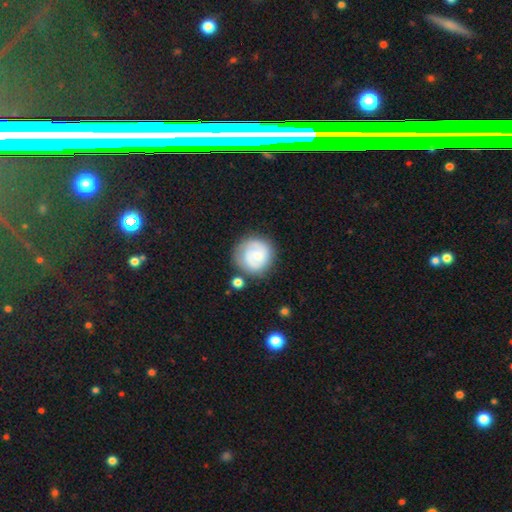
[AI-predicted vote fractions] Morphology: type=featured or disk (53%); edge-on=no (98%); bar=no (54%); spiral arms=yes (84%); bulge=small (50%); merging=none (71%).